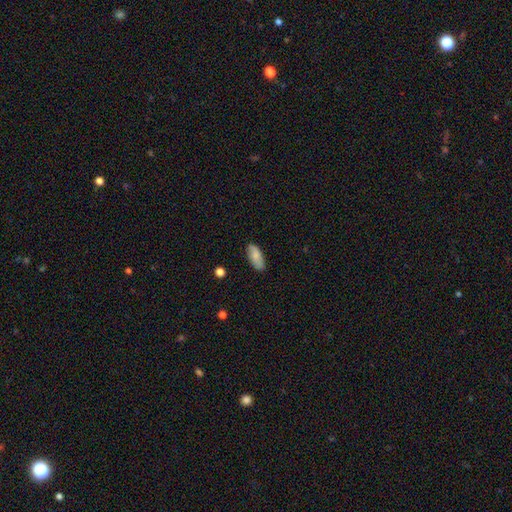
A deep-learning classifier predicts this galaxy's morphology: Smooth or featured?
  - smooth: 80% *
  - featured or disk: 13%
  - star or artifact: 6%
How rounded?
  - in between: 84% *
  - cigar-shaped: 13%
  - round: 2%
Merging?
  - none: 83% *
  - minor disturbance: 13%
  - major disturbance: 2%
  - merger: 1%